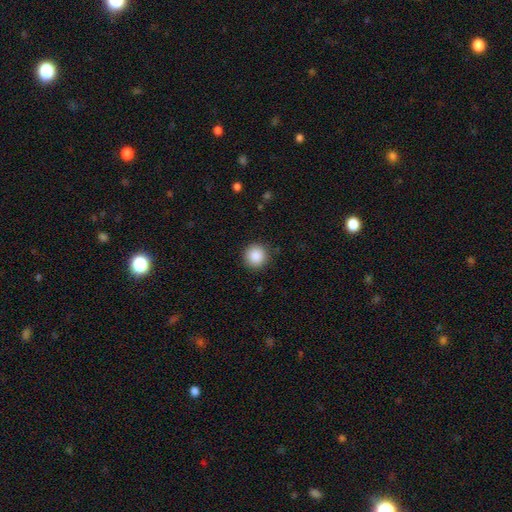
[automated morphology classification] This appears to be a smooth galaxy with no disk features (88%) that is round (94%). Merging: none (90%).